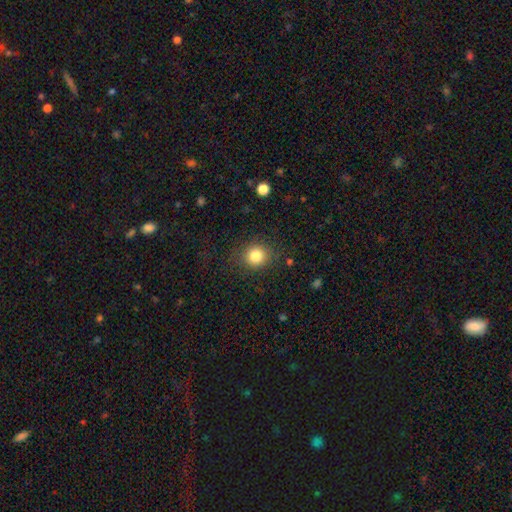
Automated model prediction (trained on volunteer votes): smooth-or-featured: smooth: 83% | star or artifact: 11% | featured or disk: 6%
  how-rounded: round: 80% | in between: 19% | cigar-shaped: 1%
  merging: none: 84% | minor disturbance: 10% | major disturbance: 4% | merger: 1%